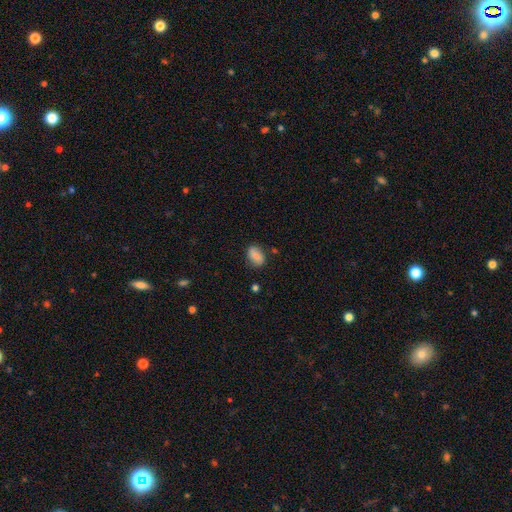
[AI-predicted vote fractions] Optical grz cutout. It shows a smooth galaxy with no disk features (74%) that is in between round and cigar-shaped (80%). Merging: none (76%).